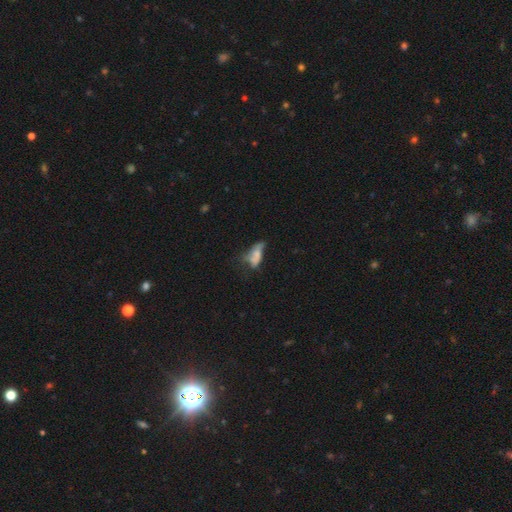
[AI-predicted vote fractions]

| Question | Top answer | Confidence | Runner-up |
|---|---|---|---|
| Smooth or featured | smooth | 54% | featured or disk (34%) |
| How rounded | in between | 77% | cigar-shaped (19%) |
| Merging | major disturbance | 38% | none (25%) |